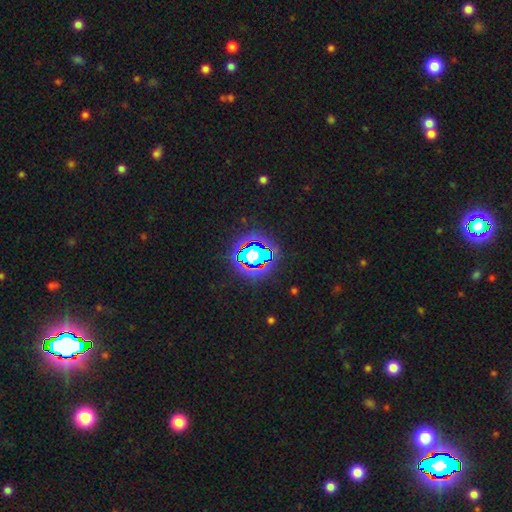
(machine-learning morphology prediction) smooth_or_featured: star or artifact (p=0.63) [alt: smooth p=0.22]